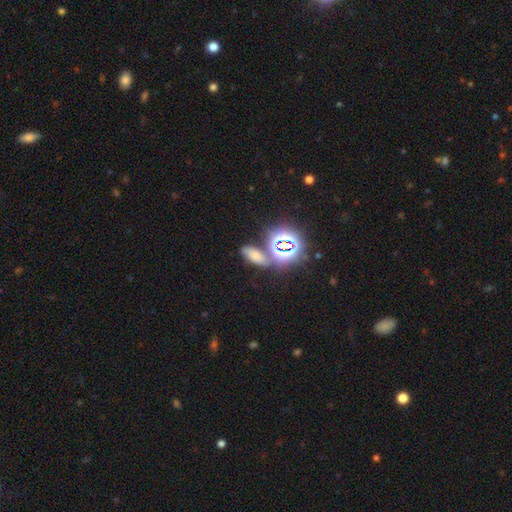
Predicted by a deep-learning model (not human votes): The model was most divided on "smooth or featured": smooth: 52%, star or artifact: 37%, featured or disk: 12%. More confident: how rounded — in between (76%); merging — none (60%).